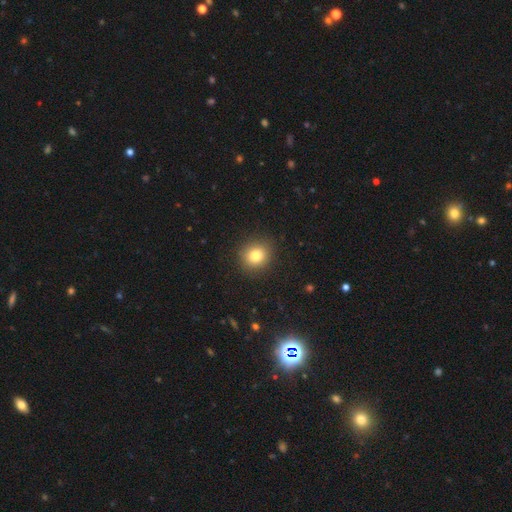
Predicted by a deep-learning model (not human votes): The model was most divided on "smooth or featured": smooth: 81%, star or artifact: 12%, featured or disk: 7%. More confident: merging — none (90%); how rounded — round (85%).